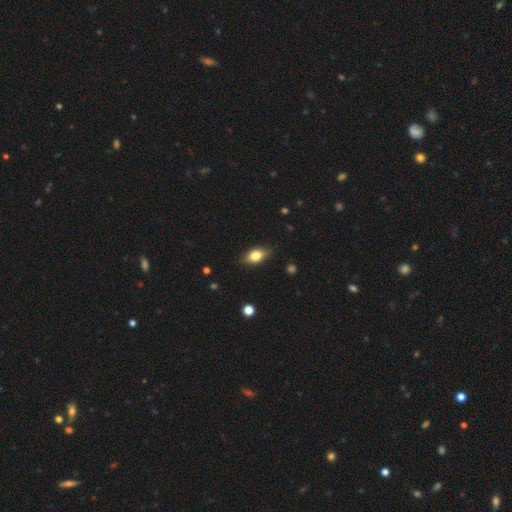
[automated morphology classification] Smooth or featured? Predicted: smooth (p=0.74). How rounded? Predicted: in between (p=0.84). Merging? Predicted: none (p=0.84).